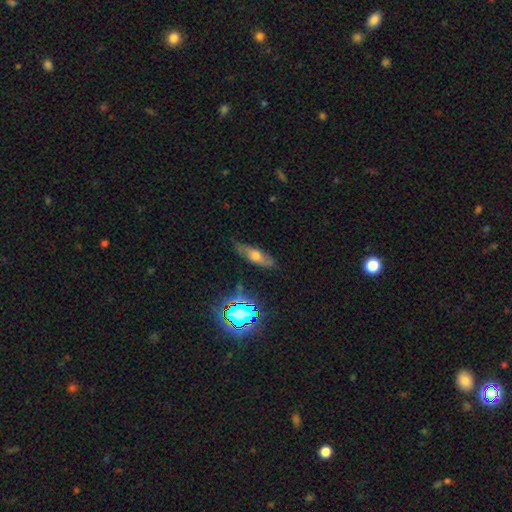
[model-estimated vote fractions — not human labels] smooth-or-featured: smooth: 47% | featured or disk: 40% | star or artifact: 13%
  merging: none: 72% | minor disturbance: 21% | major disturbance: 6% | merger: 2%